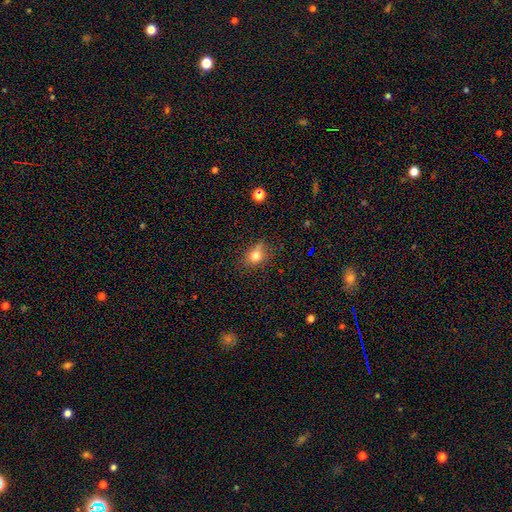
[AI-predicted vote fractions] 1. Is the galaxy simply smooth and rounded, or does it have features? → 76% smooth, 13% star or artifact, 11% featured or disk.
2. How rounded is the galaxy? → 50% round, 48% in between, 2% cigar-shaped.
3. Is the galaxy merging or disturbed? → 67% none, 23% minor disturbance, 6% major disturbance, 4% merger.